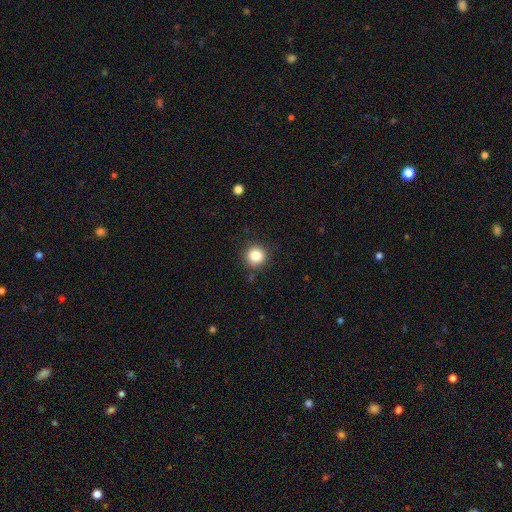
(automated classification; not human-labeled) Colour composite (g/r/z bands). It shows a smooth galaxy with no disk features (84%) that is round (93%). Merging: none (87%).